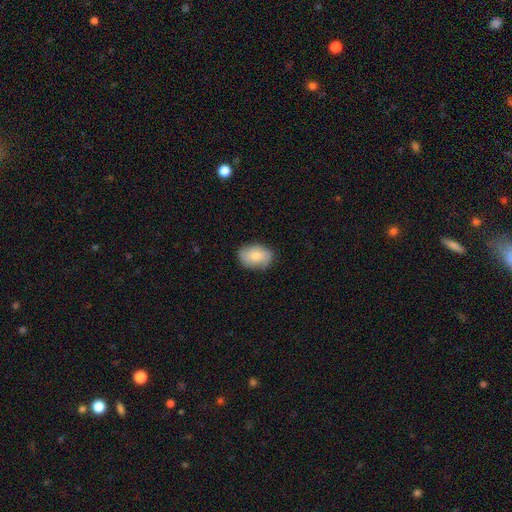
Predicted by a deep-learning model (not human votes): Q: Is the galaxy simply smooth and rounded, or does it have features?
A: smooth — 78%.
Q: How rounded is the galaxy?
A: in between — 82%.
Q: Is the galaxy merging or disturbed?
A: none — 81%.